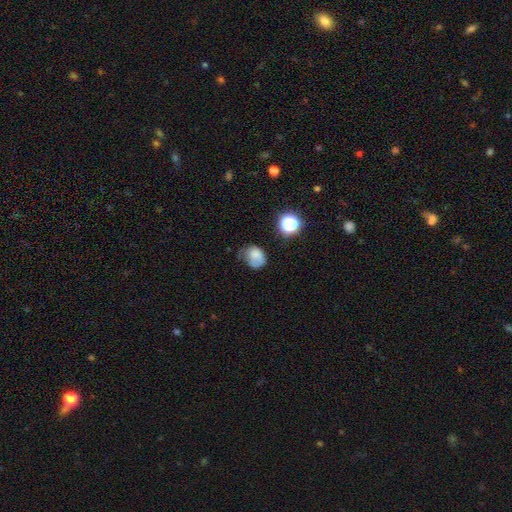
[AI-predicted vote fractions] Overall: smooth (71%). How rounded: round (50%; in between 49%). Merging: minor disturbance (36%; none 35%).